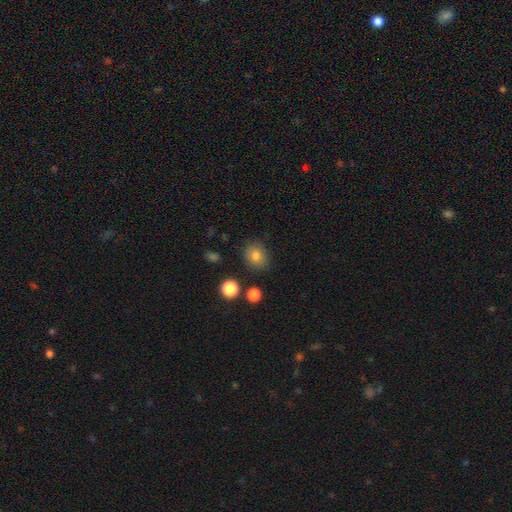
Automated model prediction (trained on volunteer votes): smooth_or_featured: smooth (p=0.81) [alt: star or artifact p=0.11]
how_rounded: round (p=0.71) [alt: in between p=0.28]
merging: none (p=0.84) [alt: minor disturbance p=0.10]